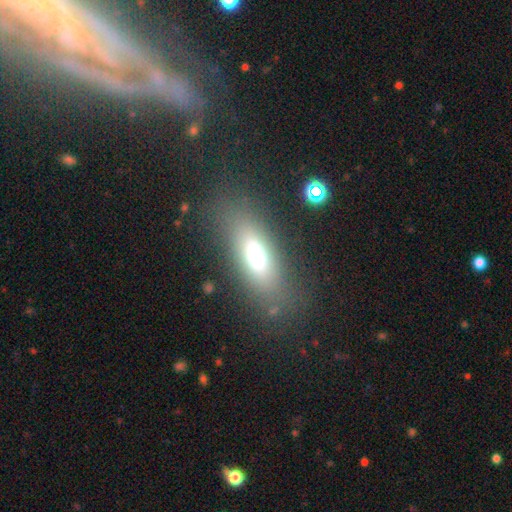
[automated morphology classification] type=smooth (64%); roundness=in between (64%); merging=none (75%).